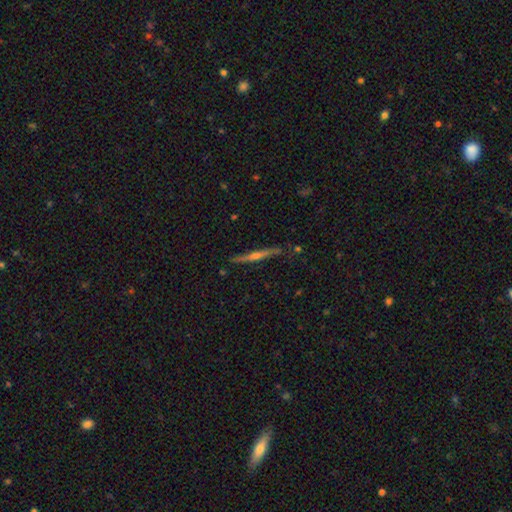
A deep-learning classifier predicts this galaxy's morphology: Smooth or featured: featured or disk — 77% (smooth — 16%)
Edge-on disk: yes — 97% (no — 3%)
Edge-on bulge: rounded — 82% (none — 12%)
Merging: none — 86% (minor disturbance — 10%)